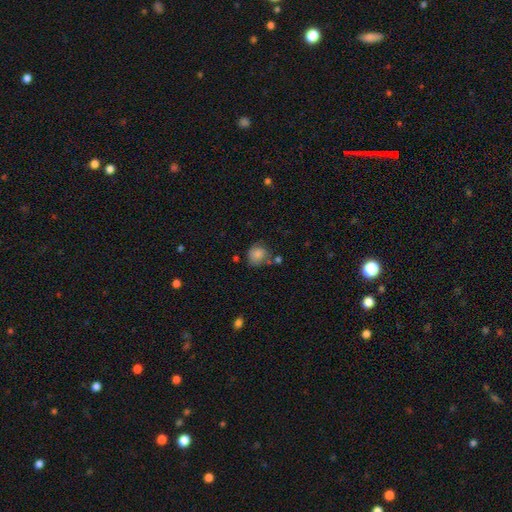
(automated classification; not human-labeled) Smooth or featured: smooth — 70% (featured or disk — 16%)
How rounded: round — 72% (in between — 27%)
Merging: none — 57% (minor disturbance — 24%)